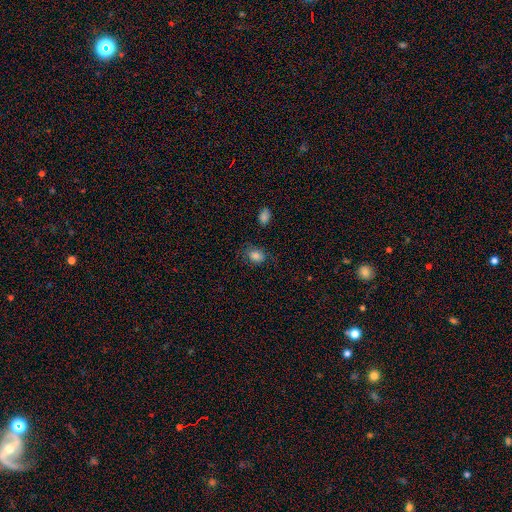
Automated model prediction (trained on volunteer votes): Smooth or featured? smooth (83%)
How rounded? in between (56%)
Merging? none (72%)